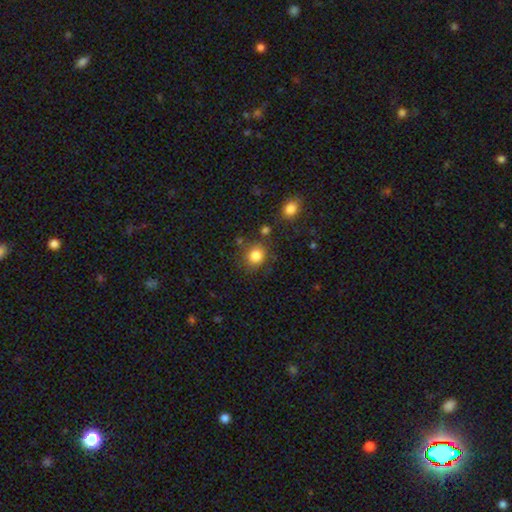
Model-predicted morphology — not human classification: A smooth galaxy with no disk features (83%) that is round (75%). Merging: none (77%).